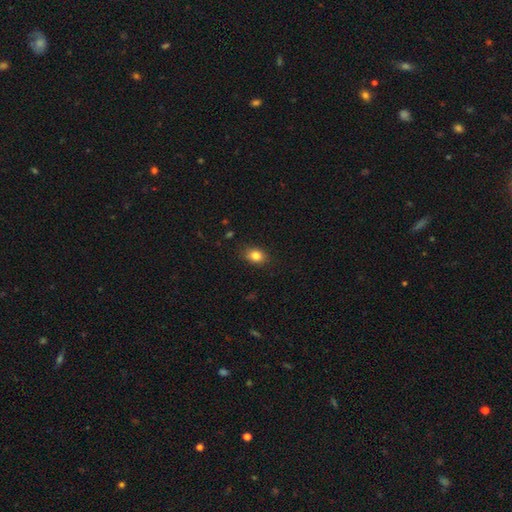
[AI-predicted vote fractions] A smooth galaxy with no disk features (83%) that is in between round and cigar-shaped (68%).

Vote fractions:
- Smooth or featured? smooth: 83% / star or artifact: 10% / featured or disk: 7%
- How rounded? in between: 68% / round: 31% / cigar-shaped: 1%
- Merging? none: 85% / minor disturbance: 11% / major disturbance: 2% / merger: 1%